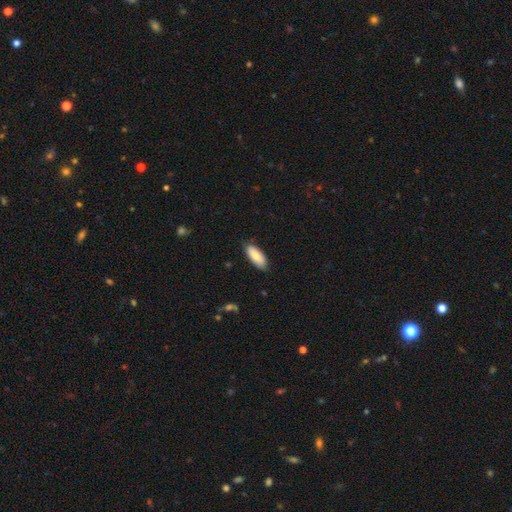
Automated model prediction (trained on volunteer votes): A smooth galaxy with no disk features (83%) that is in between round and cigar-shaped (80%). Merging: none (83%).